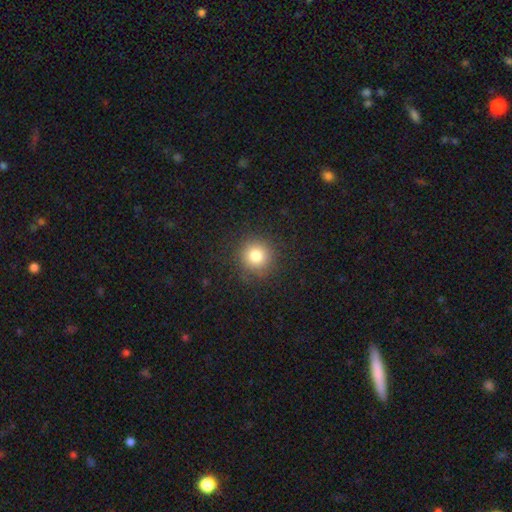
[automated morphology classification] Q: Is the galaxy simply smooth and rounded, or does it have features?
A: smooth — 80%.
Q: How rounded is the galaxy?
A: round — 93%.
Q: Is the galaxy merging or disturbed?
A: none — 88%.